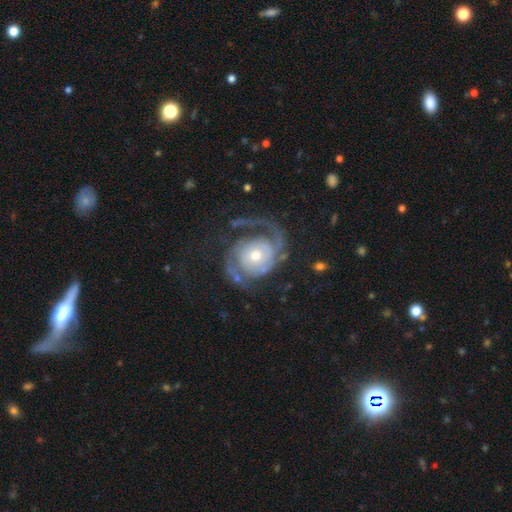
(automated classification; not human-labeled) Smooth or featured?
  - featured or disk: 88% *
  - smooth: 7%
  - star or artifact: 5%
Edge-on disk?
  - no: 98% *
  - yes: 2%
Bar?
  - no: 75% *
  - weak: 20%
  - strong: 5%
Spiral arms?
  - yes: 96% *
  - no: 4%
Spiral winding?
  - tight: 43% *
  - medium: 40%
  - loose: 17%
Spiral arm count?
  - 2: 71% *
  - 1: 13%
  - can't tell: 7%
  - 3: 6%
  - 4: 2%
  - more than 4: 2%
Bulge size?
  - moderate: 60% *
  - small: 32%
  - large: 6%
  - dominant: 1%
  - none: 1%
Merging?
  - none: 58% *
  - major disturbance: 22%
  - minor disturbance: 17%
  - merger: 3%